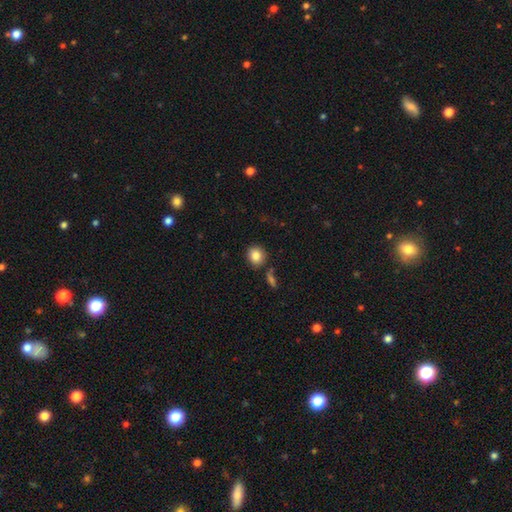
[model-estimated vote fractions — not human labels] The model was most divided on "how rounded": round: 82%, in between: 17%, cigar-shaped: 1%. More confident: smooth or featured — smooth (85%); merging — none (83%).